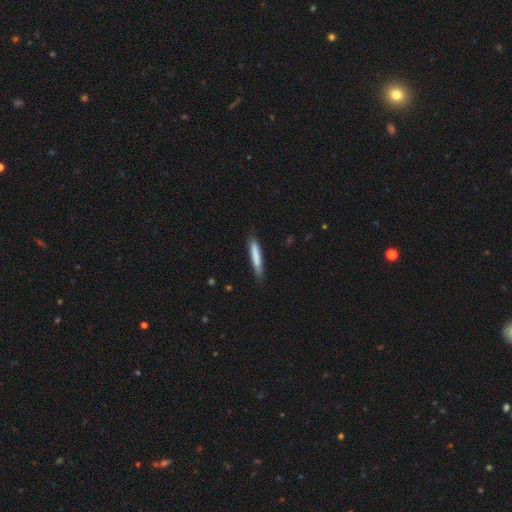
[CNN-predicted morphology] A smooth galaxy with no disk features (79%) that is cigar-shaped (92%). Merging: none (78%).